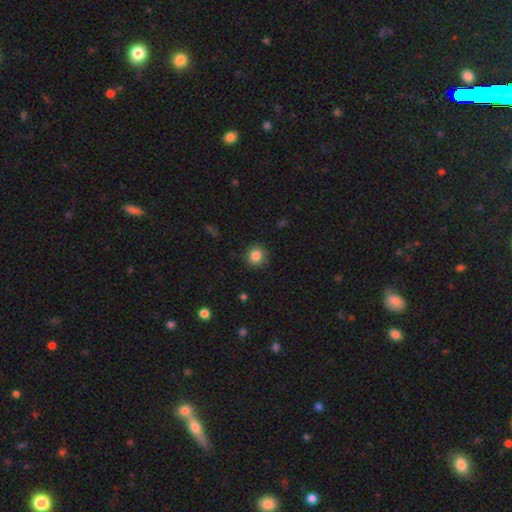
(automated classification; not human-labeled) smooth-or-featured: smooth: 85% | star or artifact: 10% | featured or disk: 5%
  how-rounded: round: 90% | in between: 9% | cigar-shaped: 1%
  merging: none: 90% | minor disturbance: 7% | major disturbance: 2% | merger: 1%